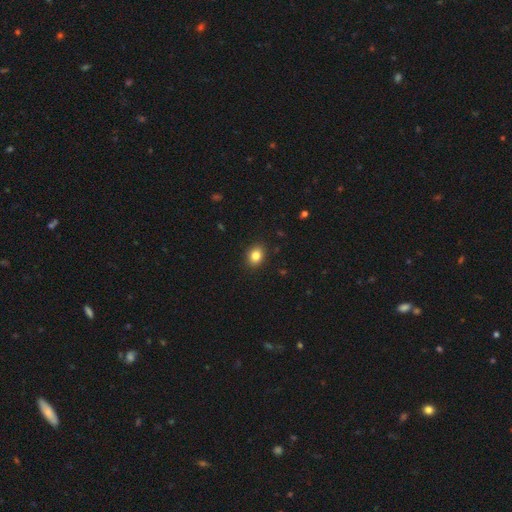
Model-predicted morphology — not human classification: A smooth galaxy with no disk features (84%) that is in between round and cigar-shaped (52%). Merging: none (90%).